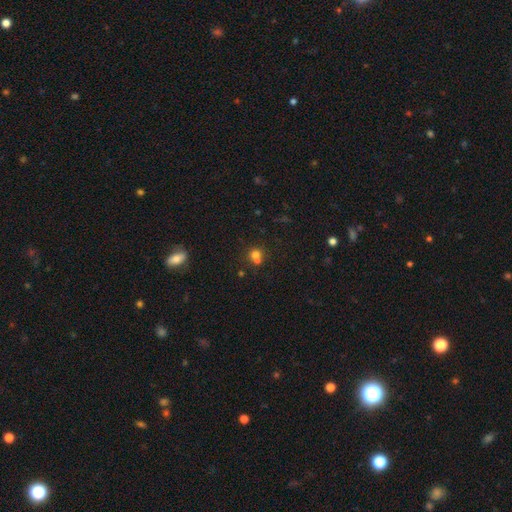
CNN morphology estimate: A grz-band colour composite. It shows a smooth galaxy with no disk features (68%) that is round (83%). Merging: merger (48%).